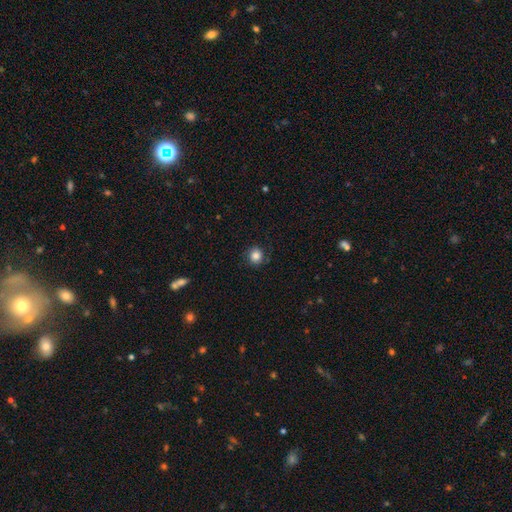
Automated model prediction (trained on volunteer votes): Overall: smooth (84%). How rounded: round (86%). Merging: none (84%).